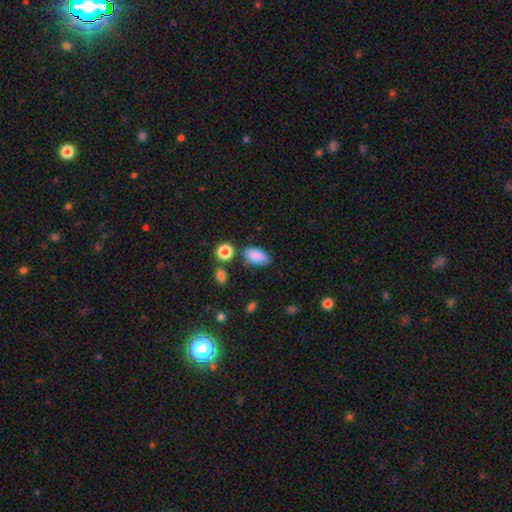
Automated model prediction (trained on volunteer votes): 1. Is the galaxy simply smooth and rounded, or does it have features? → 86% smooth, 9% star or artifact, 5% featured or disk.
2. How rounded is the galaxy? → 92% in between, 5% round, 4% cigar-shaped.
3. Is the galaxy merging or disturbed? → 73% none, 16% minor disturbance, 7% merger, 4% major disturbance.